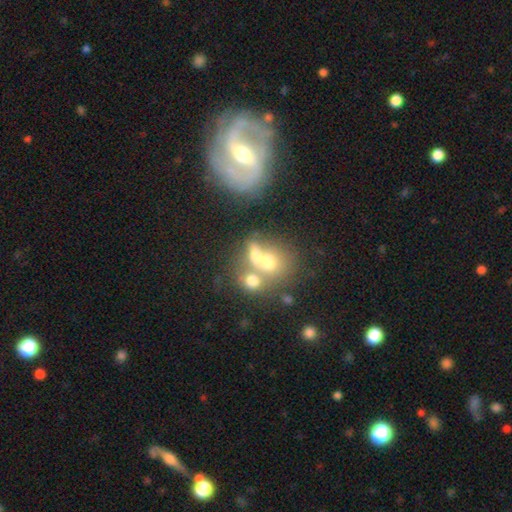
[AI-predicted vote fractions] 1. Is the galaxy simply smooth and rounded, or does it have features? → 62% smooth, 22% featured or disk, 16% star or artifact.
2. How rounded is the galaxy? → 62% round, 37% in between, 2% cigar-shaped.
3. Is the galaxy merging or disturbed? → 57% merger, 28% none, 8% minor disturbance, 7% major disturbance.